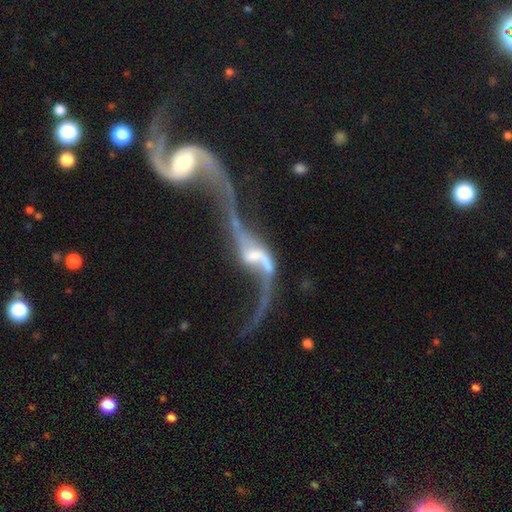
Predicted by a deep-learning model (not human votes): This appears to be a featured or disk galaxy (85%) with a weak bar (38%), 2 (87%) loose (95%) spiral arms (86%) and a small central bulge (31%). Merging: merger (47%).